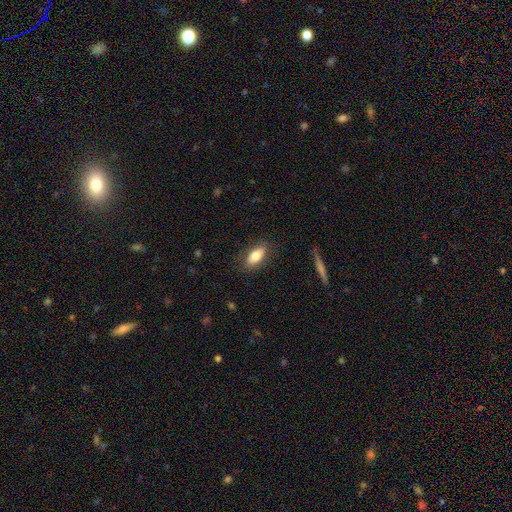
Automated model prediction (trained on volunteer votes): Smooth or featured: smooth — 76% (featured or disk — 16%)
How rounded: in between — 85% (cigar-shaped — 11%)
Merging: none — 83% (minor disturbance — 12%)